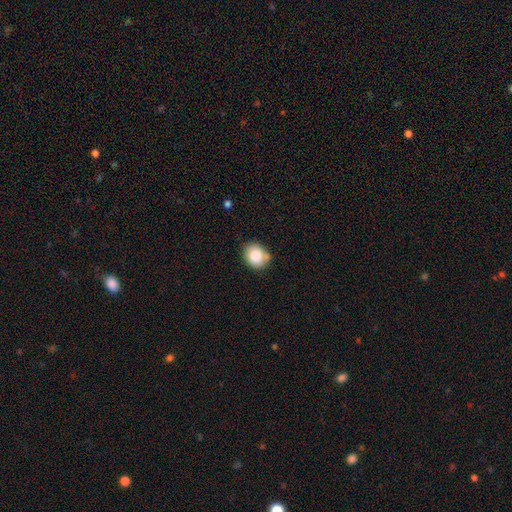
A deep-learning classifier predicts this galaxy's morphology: smooth-or-featured: smooth: 84% | star or artifact: 8% | featured or disk: 8%
  how-rounded: round: 59% | in between: 40% | cigar-shaped: 1%
  merging: none: 74% | minor disturbance: 18% | merger: 5% | major disturbance: 3%